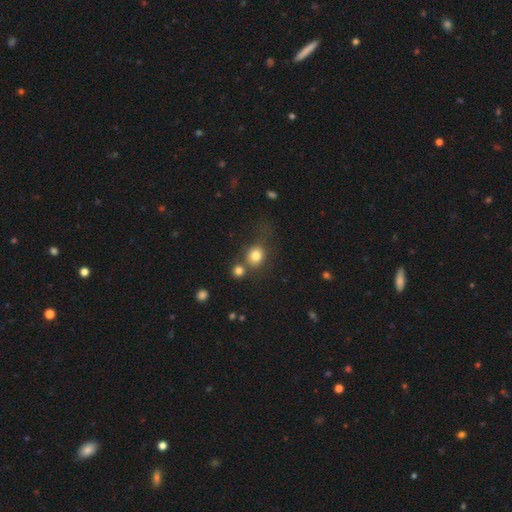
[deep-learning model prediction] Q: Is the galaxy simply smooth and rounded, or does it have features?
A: smooth — 79%.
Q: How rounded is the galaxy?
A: round — 75%.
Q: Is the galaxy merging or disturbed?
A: none — 54%.